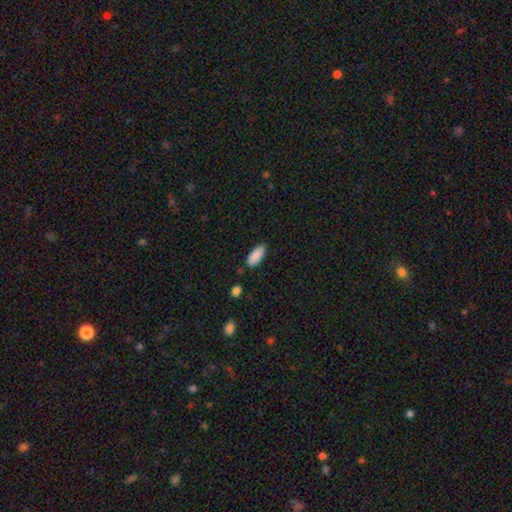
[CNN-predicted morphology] This appears to be a smooth galaxy with no disk features (89%) that is in between round and cigar-shaped (81%). Merging: none (84%).